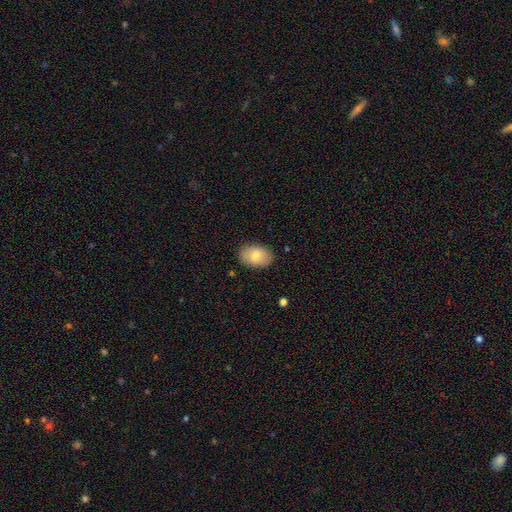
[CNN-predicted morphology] This appears to be a smooth galaxy with no disk features (80%) that is in between round and cigar-shaped (87%). Merging: none (87%).